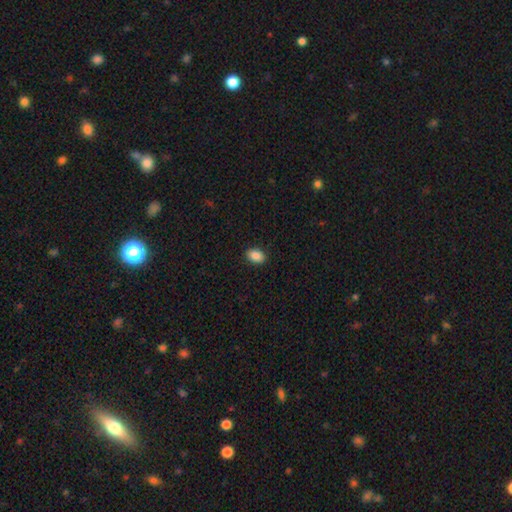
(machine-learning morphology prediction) smooth 87%, star or artifact 8%, featured or disk 5%. Down the decision tree: how rounded — in between (86%); merging — none (90%).